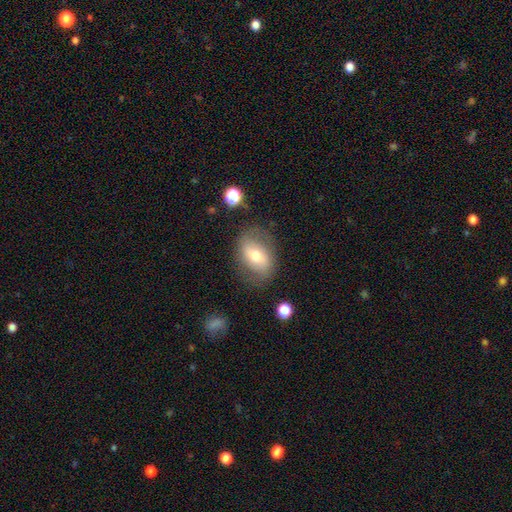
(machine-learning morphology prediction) The model was most divided on "smooth or featured": smooth: 53%, featured or disk: 39%, star or artifact: 9%. More confident: how rounded — in between (76%); merging — none (74%).